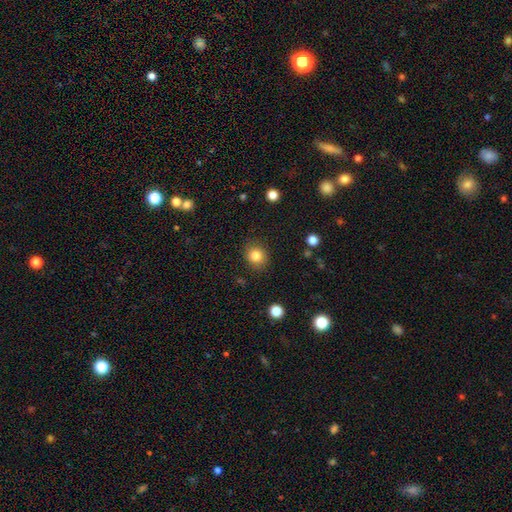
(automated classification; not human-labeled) Smooth or featured?
  - smooth: 83% *
  - star or artifact: 11%
  - featured or disk: 6%
How rounded?
  - round: 79% *
  - in between: 20%
  - cigar-shaped: 1%
Merging?
  - none: 87% *
  - minor disturbance: 9%
  - major disturbance: 3%
  - merger: 1%